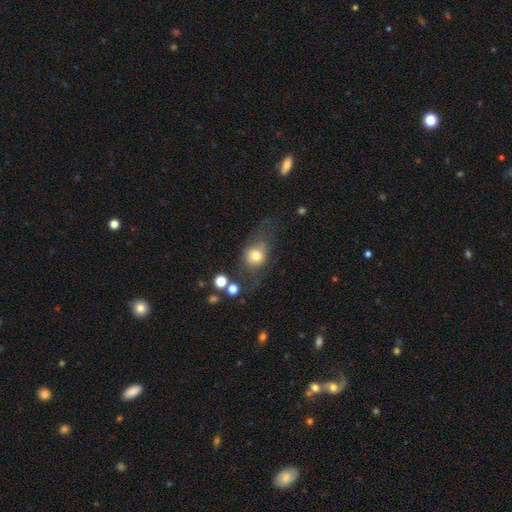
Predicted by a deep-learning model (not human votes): Smooth or featured? Predicted: smooth (p=0.66). How rounded? Predicted: round (p=0.55). Merging? Predicted: none (p=0.46).